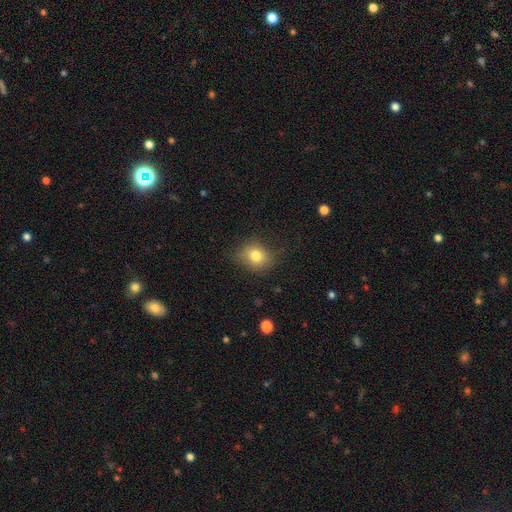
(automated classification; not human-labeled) Smooth or featured?
  - smooth: 77% *
  - star or artifact: 12%
  - featured or disk: 11%
How rounded?
  - round: 69% *
  - in between: 30%
  - cigar-shaped: 1%
Merging?
  - none: 71% *
  - minor disturbance: 21%
  - major disturbance: 7%
  - merger: 1%